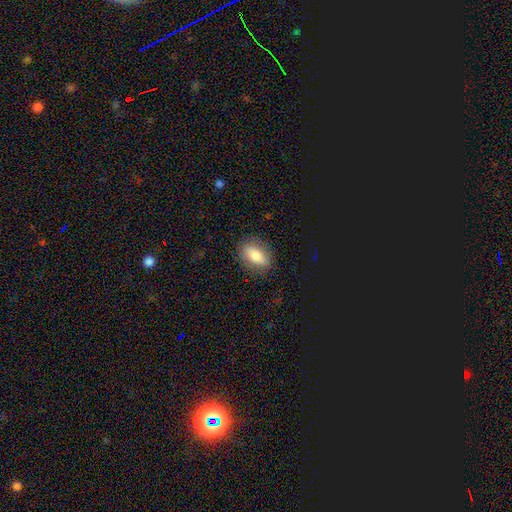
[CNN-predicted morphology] A smooth galaxy with no disk features (77%) that is in between round and cigar-shaped (86%). Merging: none (82%).